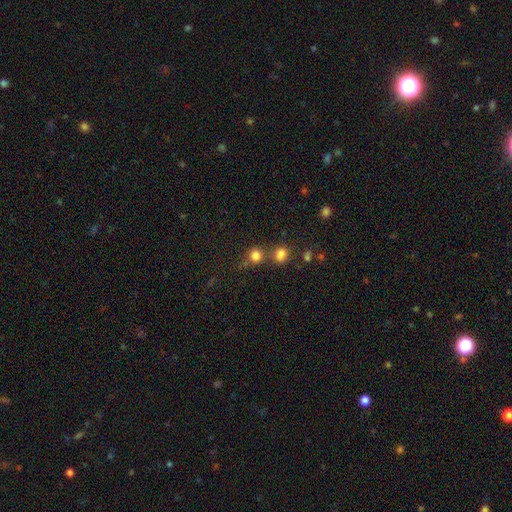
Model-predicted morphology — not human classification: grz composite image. It shows a smooth galaxy with no disk features (79%) that is round (85%). Merging: none (58%).